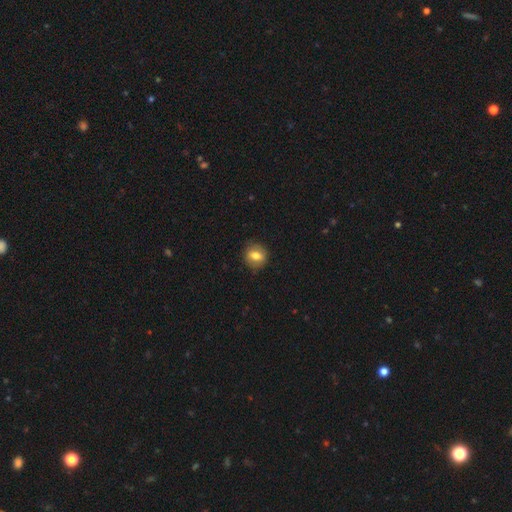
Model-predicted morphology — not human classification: type=smooth (71%); roundness=round (70%); merging=none (85%).